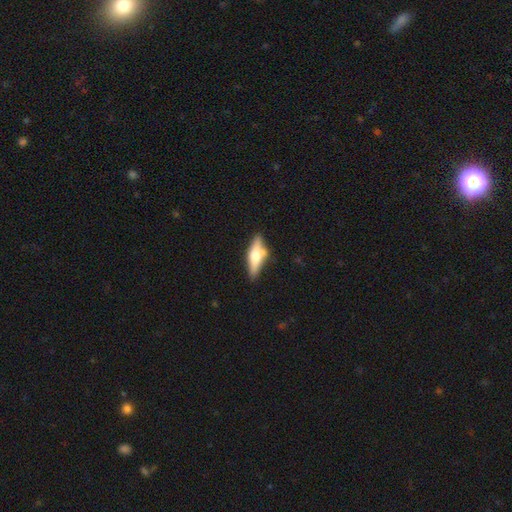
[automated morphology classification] A featured or disk galaxy (50%).

Vote fractions:
- Smooth or featured? featured or disk: 50% / smooth: 44% / star or artifact: 6%
- Merging? none: 67% / minor disturbance: 18% / merger: 10% / major disturbance: 5%